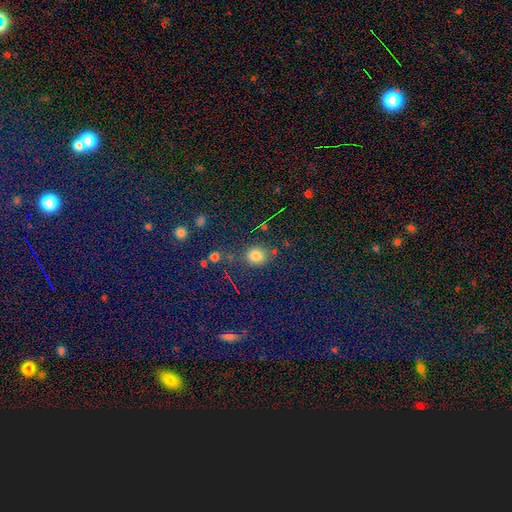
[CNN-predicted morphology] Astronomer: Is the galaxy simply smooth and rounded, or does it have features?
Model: smooth — 75%.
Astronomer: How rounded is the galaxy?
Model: round — 74%.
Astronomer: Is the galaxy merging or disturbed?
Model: none — 75%.